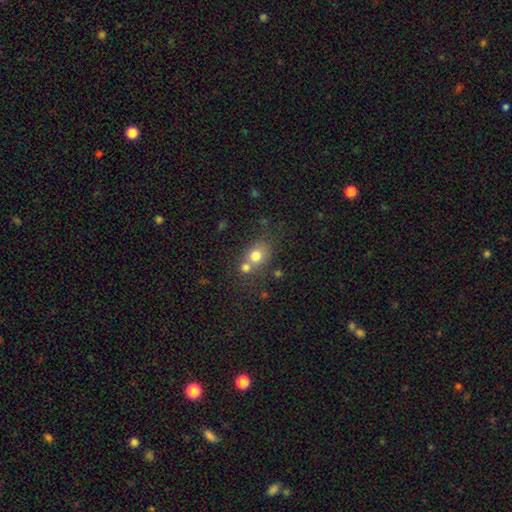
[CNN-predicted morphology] Smooth or featured? smooth (75%)
How rounded? round (64%)
Merging? merger (44%)